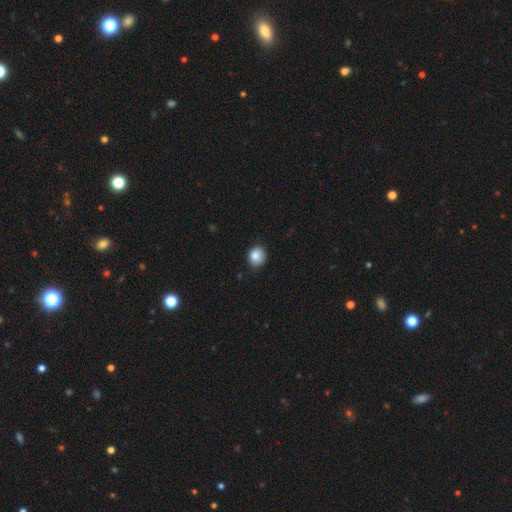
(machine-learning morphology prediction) Smooth or featured: smooth — 85% (star or artifact — 9%)
How rounded: round — 77% (in between — 22%)
Merging: none — 82% (minor disturbance — 15%)